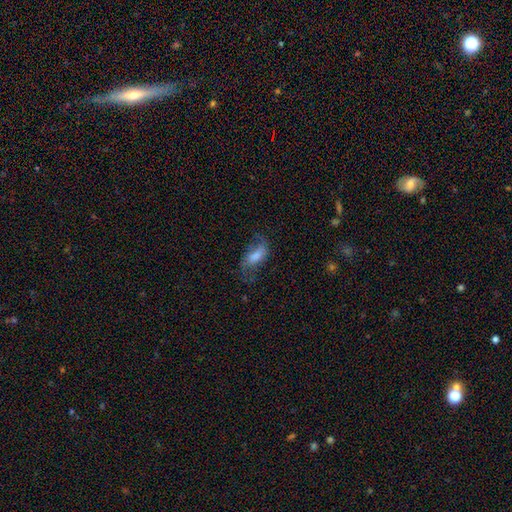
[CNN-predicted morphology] The model was most divided on "smooth or featured": smooth: 49%, featured or disk: 42%, star or artifact: 10%. Remaining: merging — none (45%).